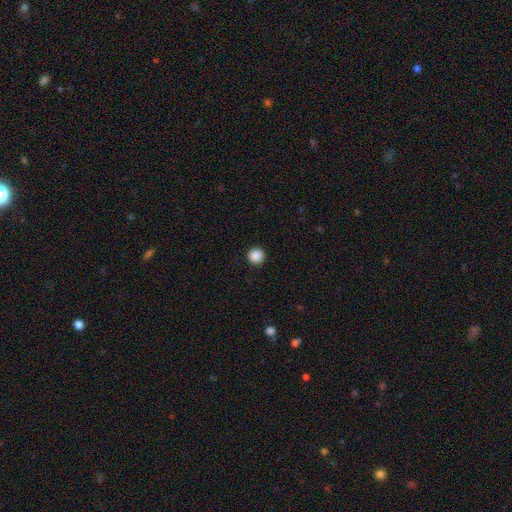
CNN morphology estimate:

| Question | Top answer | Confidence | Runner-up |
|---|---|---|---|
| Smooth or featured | smooth | 88% | star or artifact (10%) |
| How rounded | round | 96% | in between (3%) |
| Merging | none | 93% | minor disturbance (4%) |